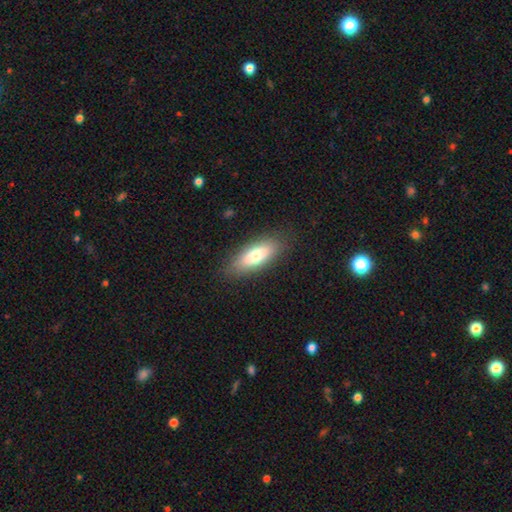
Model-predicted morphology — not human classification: Smooth or featured? Predicted: smooth (p=0.70). How rounded? Predicted: in between (p=0.70). Merging? Predicted: none (p=0.85).